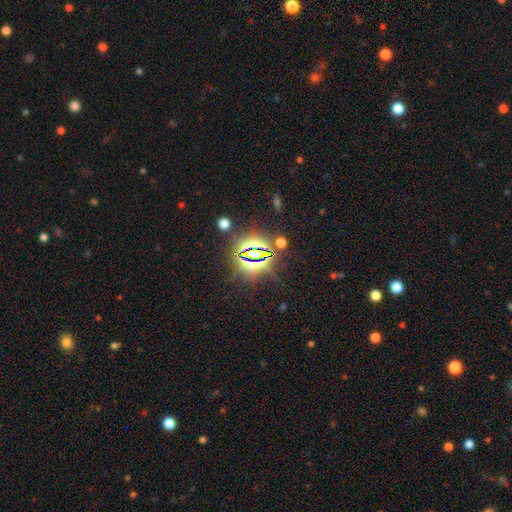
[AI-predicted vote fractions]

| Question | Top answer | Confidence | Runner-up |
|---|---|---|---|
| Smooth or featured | star or artifact | 78% | smooth (13%) |